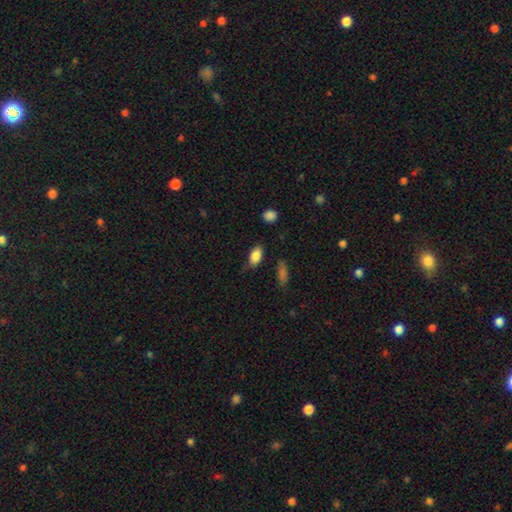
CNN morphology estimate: smooth_or_featured: smooth (p=0.85) [alt: star or artifact p=0.08]
how_rounded: in between (p=0.90) [alt: round p=0.06]
merging: none (p=0.74) [alt: minor disturbance p=0.19]